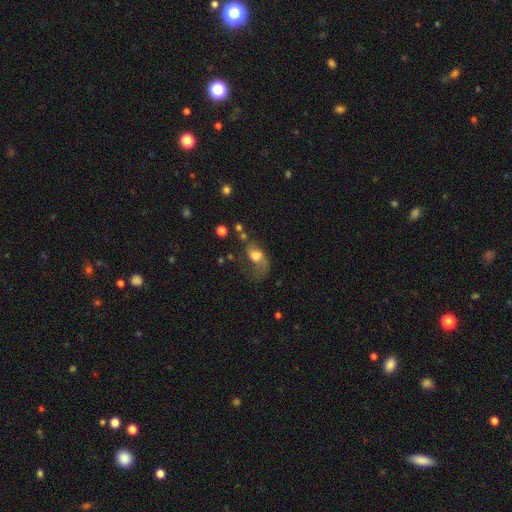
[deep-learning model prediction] A smooth galaxy with no disk features (53%) that is in between round and cigar-shaped (74%).

Vote fractions:
- Smooth or featured? smooth: 53% / featured or disk: 36% / star or artifact: 10%
- How rounded? in between: 74% / round: 23% / cigar-shaped: 3%
- Merging? major disturbance: 42% / none: 29% / minor disturbance: 22% / merger: 7%